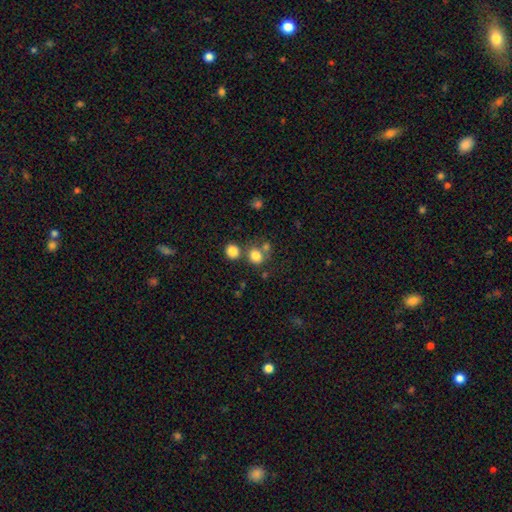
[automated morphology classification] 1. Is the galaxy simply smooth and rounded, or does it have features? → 80% smooth, 13% star or artifact, 7% featured or disk.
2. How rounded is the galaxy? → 76% round, 23% in between, 1% cigar-shaped.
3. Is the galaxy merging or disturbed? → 59% none, 27% merger, 10% minor disturbance, 5% major disturbance.